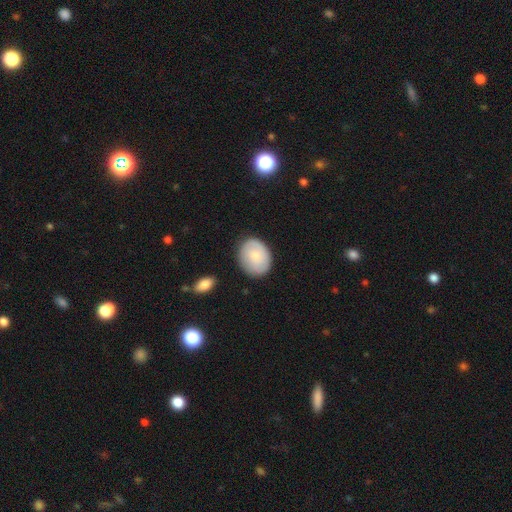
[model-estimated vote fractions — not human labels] smooth-or-featured: smooth: 69% | featured or disk: 25% | star or artifact: 6%
  how-rounded: in between: 51% | round: 48% | cigar-shaped: 1%
  merging: none: 81% | minor disturbance: 14% | major disturbance: 3% | merger: 2%